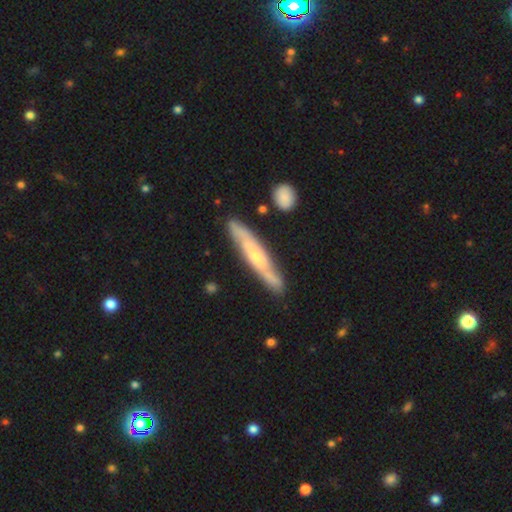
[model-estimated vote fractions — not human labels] Q: Smooth or featured?
A: featured or disk (59%); runner-up: smooth (36%)
Q: Edge-on disk?
A: yes (68%); runner-up: no (32%)
Q: Merging?
A: none (79%); runner-up: minor disturbance (14%)